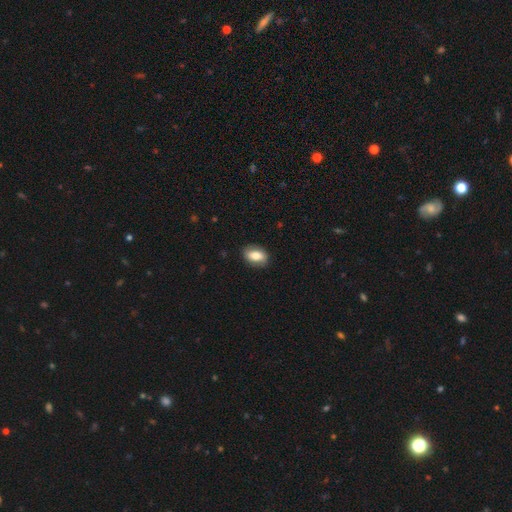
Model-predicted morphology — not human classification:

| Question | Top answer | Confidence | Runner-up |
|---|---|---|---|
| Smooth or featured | smooth | 74% | featured or disk (19%) |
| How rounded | in between | 87% | round (11%) |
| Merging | none | 84% | minor disturbance (12%) |